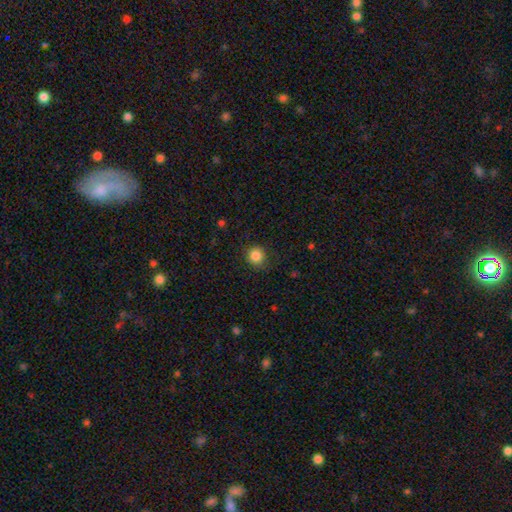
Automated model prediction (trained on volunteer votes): Smooth or featured? Predicted: smooth (p=0.85). How rounded? Predicted: round (p=0.90). Merging? Predicted: none (p=0.84).